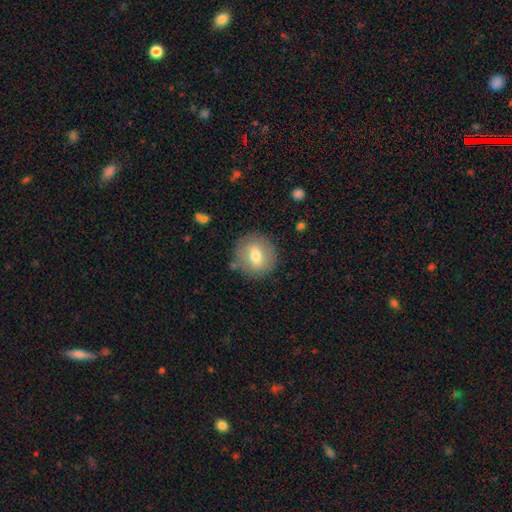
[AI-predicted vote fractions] Morphology: type=smooth (65%); roundness=round (88%); merging=none (84%).